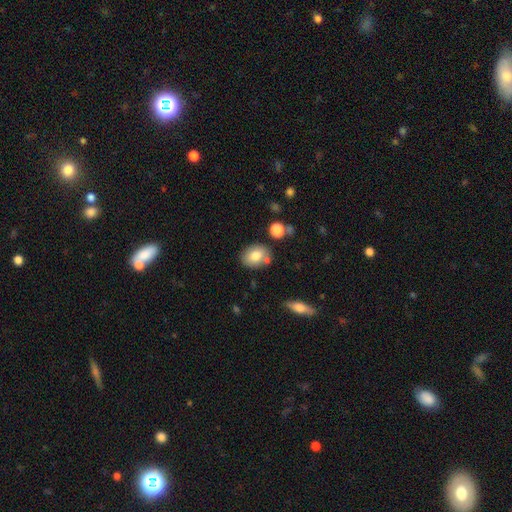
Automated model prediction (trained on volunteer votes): smooth 77%, featured or disk 15%, star or artifact 9%. Down the decision tree: how rounded — in between (62%); merging — none (75%).